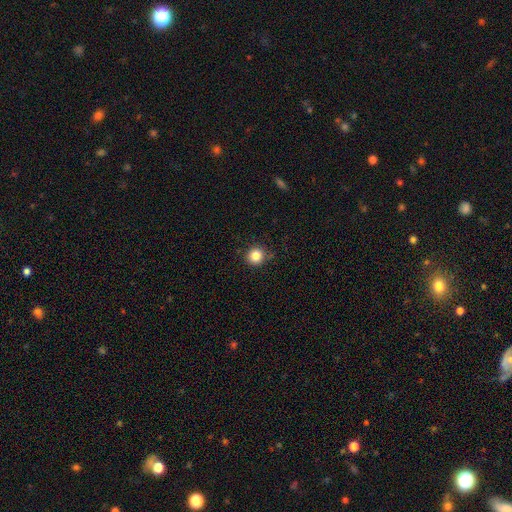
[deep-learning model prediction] Morphology: type=smooth (84%); roundness=round (92%); merging=none (87%).